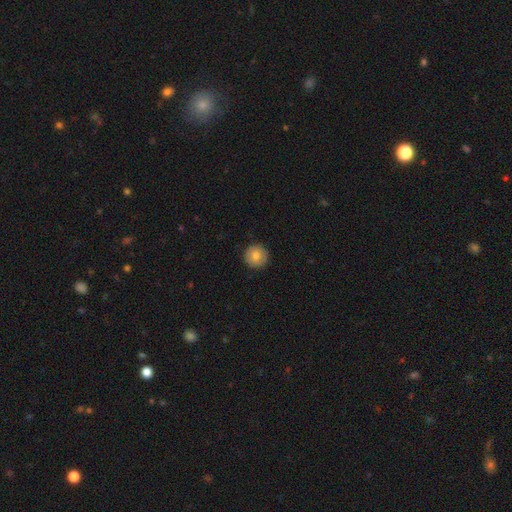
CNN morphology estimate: Smooth or featured? Predicted: smooth (p=0.80). How rounded? Predicted: round (p=0.96). Merging? Predicted: none (p=0.92).